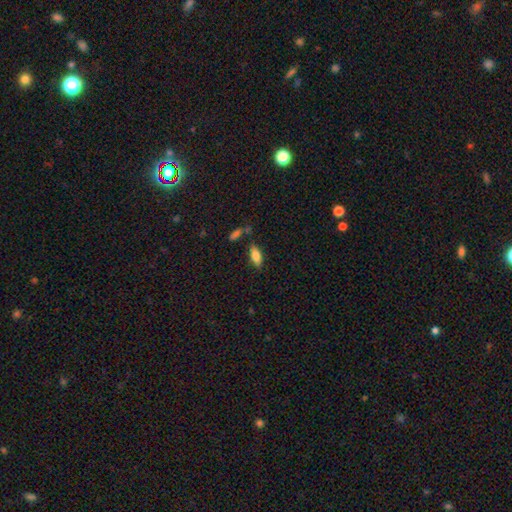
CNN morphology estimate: Smooth or featured? smooth (82%)
How rounded? in between (80%)
Merging? none (77%)